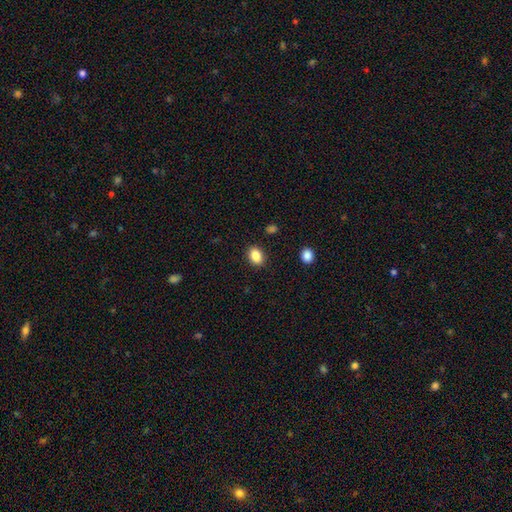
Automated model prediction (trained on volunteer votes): This appears to be a smooth galaxy with no disk features (87%) that is in between round and cigar-shaped (72%). Merging: none (88%).